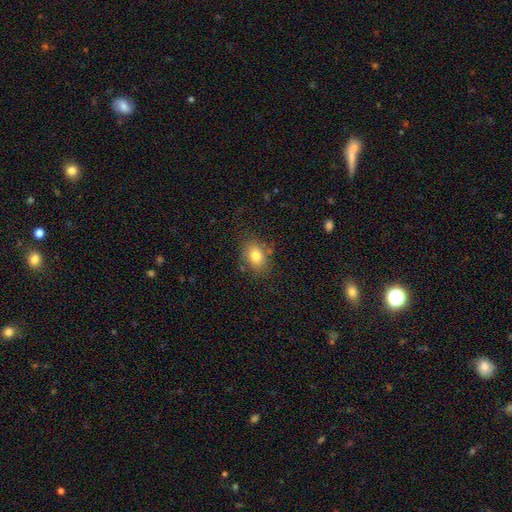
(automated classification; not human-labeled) This is clearly a smooth galaxy (81%). How rounded: likely in between (69%). Merging: likely none (77%).